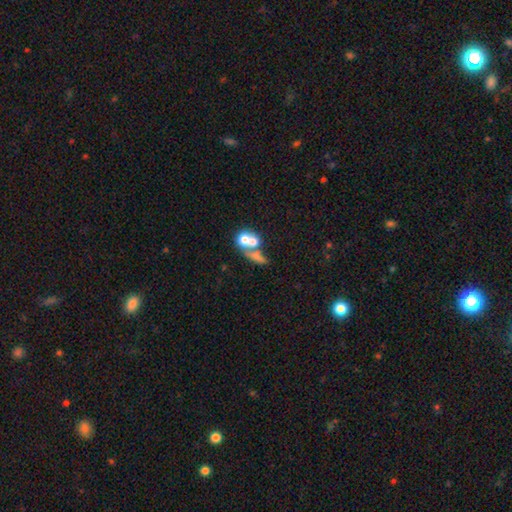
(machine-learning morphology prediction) A smooth galaxy with no disk features (54%) that is in between round and cigar-shaped (47%). Merging: merger (60%).